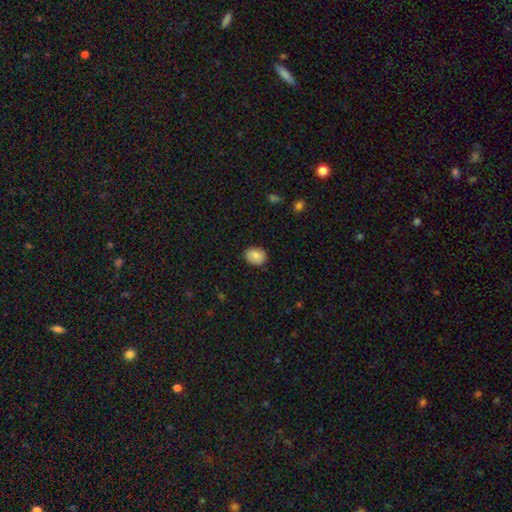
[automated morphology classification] A smooth galaxy with no disk features (83%) that is in between round and cigar-shaped (52%).

Vote fractions:
- Smooth or featured? smooth: 83% / featured or disk: 9% / star or artifact: 8%
- How rounded? in between: 52% / round: 47% / cigar-shaped: 1%
- Merging? none: 85% / minor disturbance: 12% / major disturbance: 2% / merger: 1%